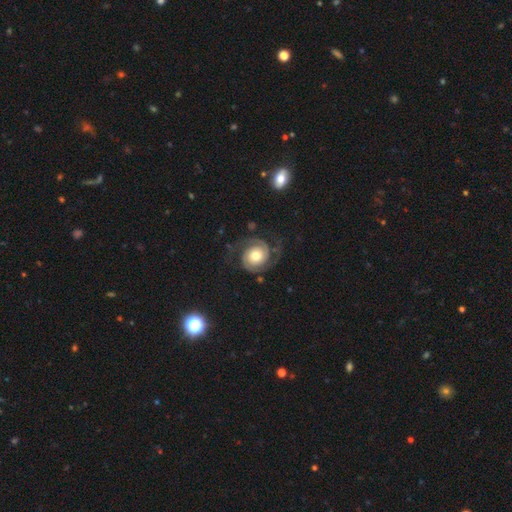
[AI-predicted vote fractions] This appears to be a featured or disk galaxy (84%) with no bar (77%), 2 (88%) tight (46%) spiral arms (96%) and a moderate central bulge (65%). Merging: none (70%).